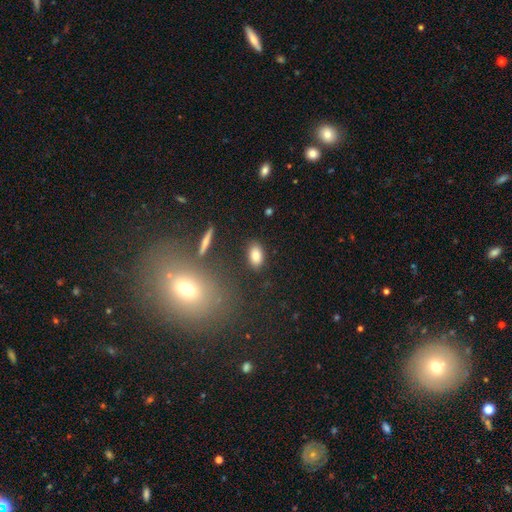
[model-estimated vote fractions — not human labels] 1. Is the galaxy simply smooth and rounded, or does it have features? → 84% smooth, 9% star or artifact, 7% featured or disk.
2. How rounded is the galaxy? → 90% in between, 7% round, 3% cigar-shaped.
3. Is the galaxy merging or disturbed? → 85% none, 10% minor disturbance, 3% major disturbance, 2% merger.